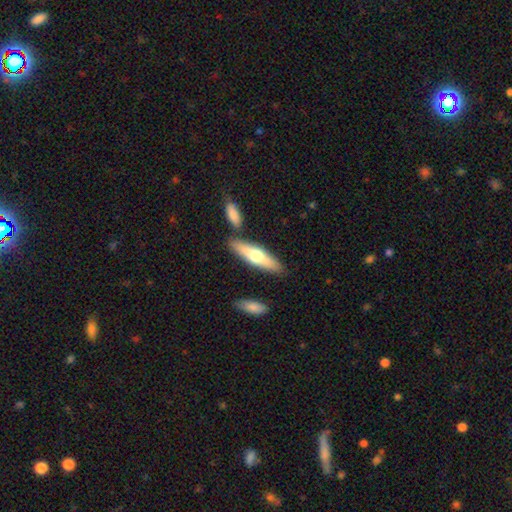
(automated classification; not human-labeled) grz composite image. It shows a smooth galaxy with no disk features (56%) that is cigar-shaped (64%). Merging: none (79%).